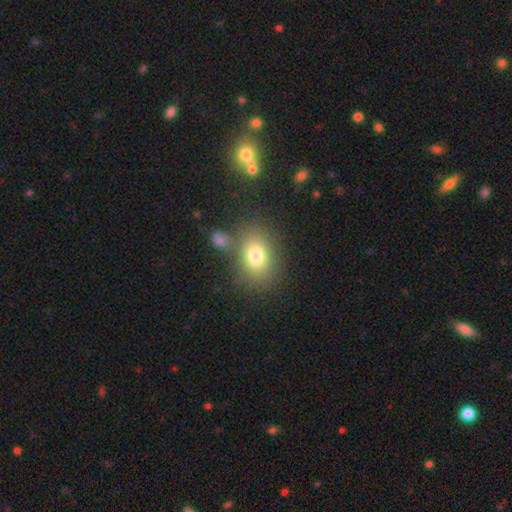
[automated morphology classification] The model was most divided on "how rounded": in between: 71%, round: 28%, cigar-shaped: 1%. More confident: smooth or featured — smooth (78%); merging — none (69%).